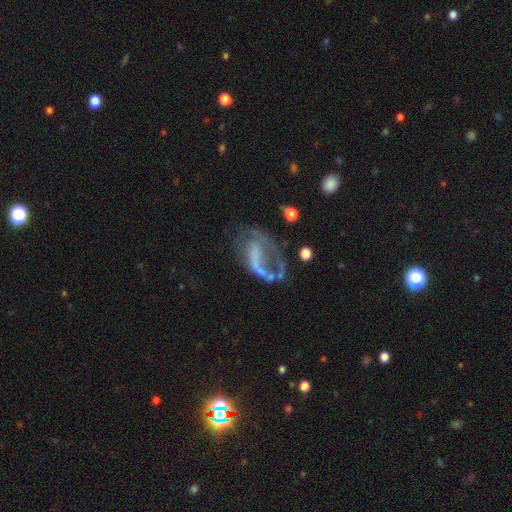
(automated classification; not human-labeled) A featured or disk galaxy (59%) with no bar (68%), no spiral arms (65%) and no central bulge (66%). Merging: major disturbance (49%).